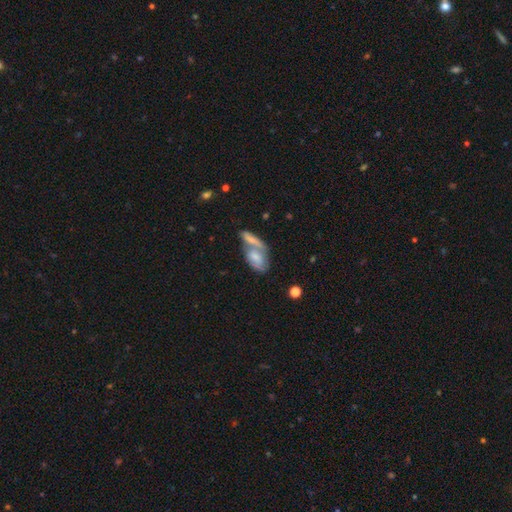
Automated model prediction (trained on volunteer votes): Smooth or featured? Predicted: smooth (p=0.57). How rounded? Predicted: in between (p=0.85). Merging? Predicted: merger (p=0.60).